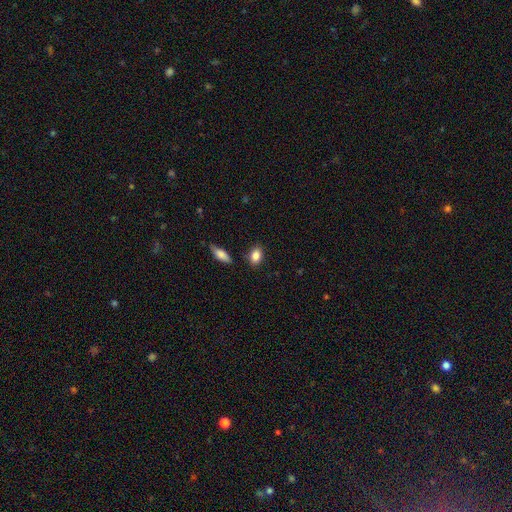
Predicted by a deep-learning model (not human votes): smooth 86%, star or artifact 8%, featured or disk 6%. Down the decision tree: how rounded — in between (78%); merging — none (83%).